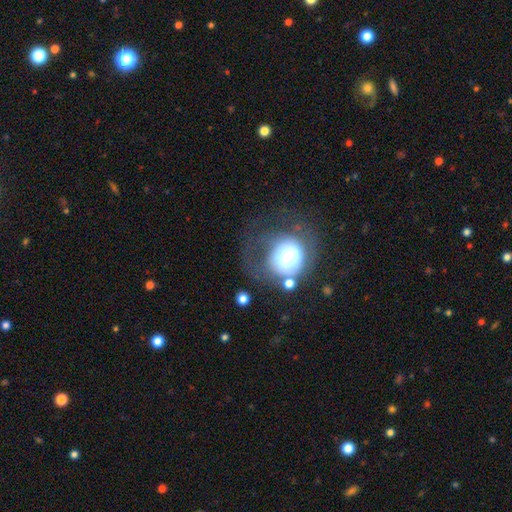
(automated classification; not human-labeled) This is marginally a smooth galaxy (41%). Merging: likely none (62%).